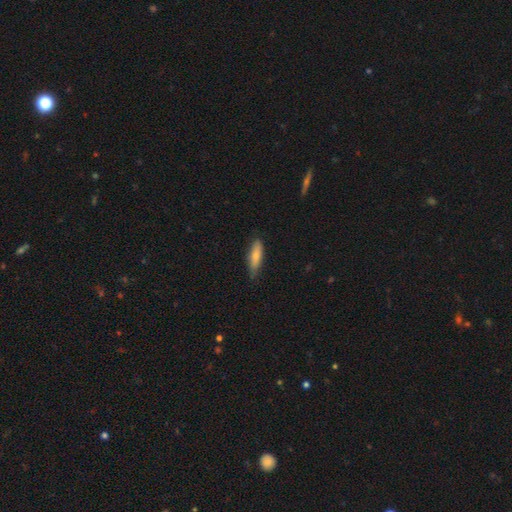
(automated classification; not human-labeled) smooth_or_featured: smooth (p=0.77) [alt: featured or disk p=0.17]
how_rounded: cigar-shaped (p=0.60) [alt: in between p=0.38]
merging: none (p=0.76) [alt: minor disturbance p=0.20]